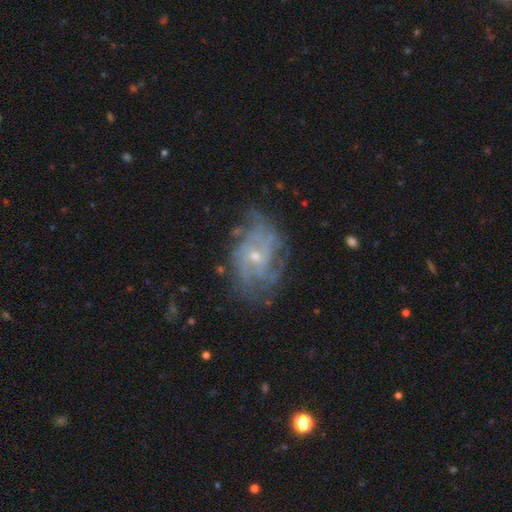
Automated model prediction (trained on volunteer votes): This is clearly a featured or disk galaxy (82%). It is clearly not viewed edge-on (97%). Bar: likely no (65%). Spiral arm pattern: clearly yes (89%). Spiral arm count: marginally can't tell (42%). Spiral winding: marginally tight (45%). Central bulge: likely small (67%). Merging: likely none (64%).